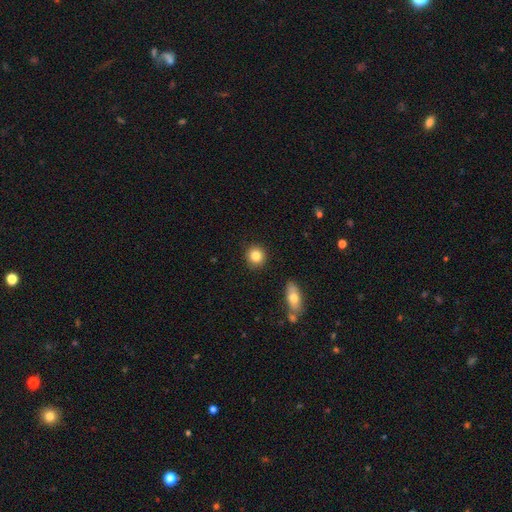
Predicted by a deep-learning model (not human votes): Smooth or featured: smooth — 84% (star or artifact — 9%)
How rounded: round — 90% (in between — 9%)
Merging: none — 90% (minor disturbance — 6%)